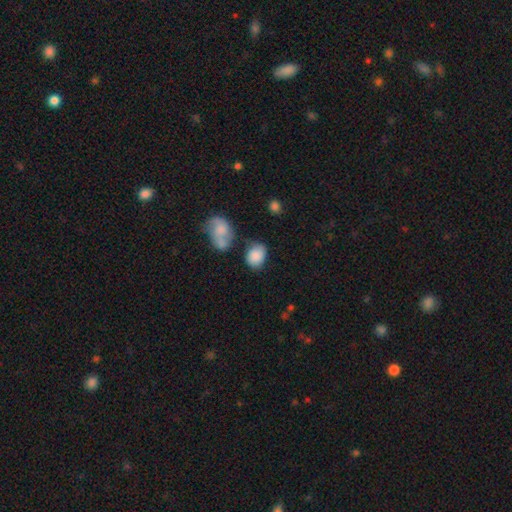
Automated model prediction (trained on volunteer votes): A smooth galaxy with no disk features (85%) that is in between round and cigar-shaped (60%).

Vote fractions:
- Smooth or featured? smooth: 85% / featured or disk: 8% / star or artifact: 8%
- How rounded? in between: 60% / round: 38% / cigar-shaped: 1%
- Merging? none: 58% / minor disturbance: 21% / merger: 14% / major disturbance: 8%